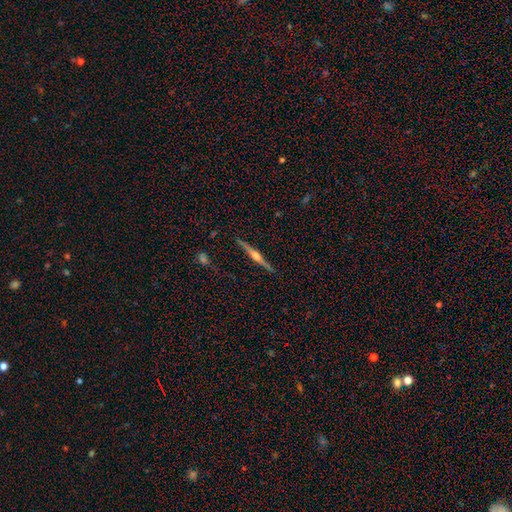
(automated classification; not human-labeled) The model was most divided on "smooth or featured": featured or disk: 83%, smooth: 11%, star or artifact: 6%. More confident: edge-on disk — yes (99%); edge-on bulge — rounded (93%); merging — none (91%).